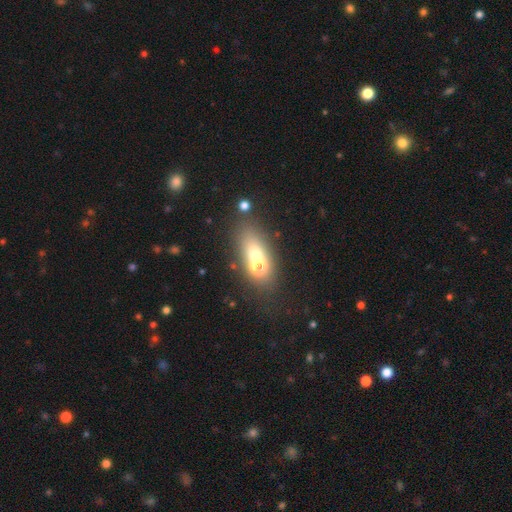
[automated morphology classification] smooth_or_featured: smooth (p=0.56) [alt: featured or disk p=0.28]
how_rounded: in between (p=0.67) [alt: round p=0.22]
merging: merger (p=0.44) [alt: none p=0.40]